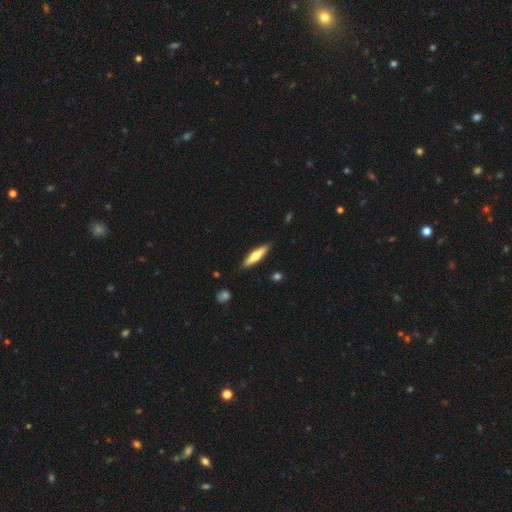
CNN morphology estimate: Smooth or featured: smooth — 56% (featured or disk — 39%)
How rounded: cigar-shaped — 76% (in between — 22%)
Merging: none — 89% (minor disturbance — 8%)